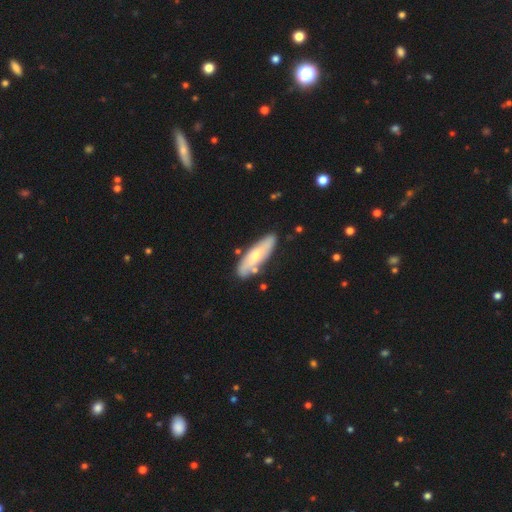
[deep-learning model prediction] Overall: smooth (53%; featured or disk 42%). How rounded: cigar-shaped (56%; in between 42%). Merging: none (78%).